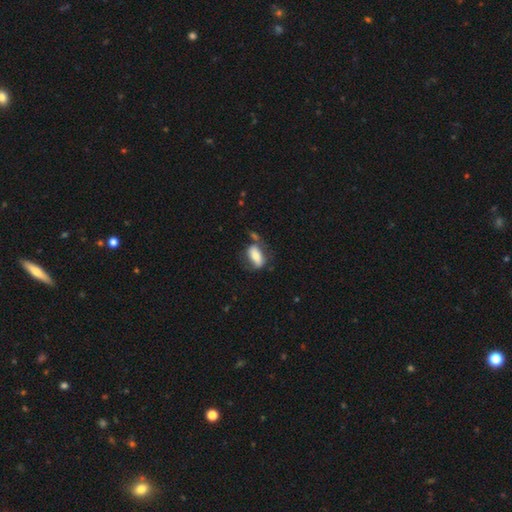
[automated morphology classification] A smooth galaxy with no disk features (62%) that is in between round and cigar-shaped (82%).

Vote fractions:
- Smooth or featured? smooth: 62% / featured or disk: 31% / star or artifact: 7%
- How rounded? in between: 82% / cigar-shaped: 13% / round: 6%
- Merging? none: 49% / minor disturbance: 23% / major disturbance: 14% / merger: 14%